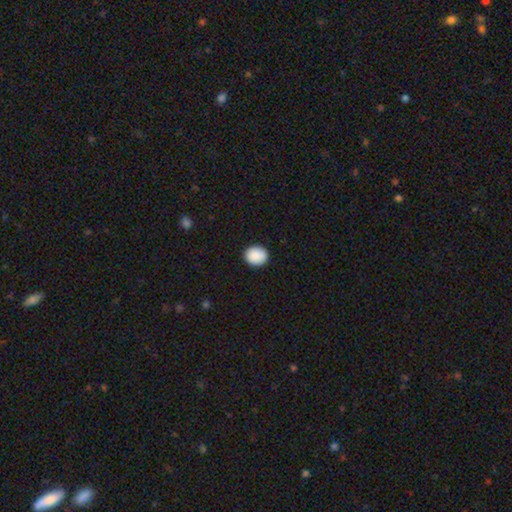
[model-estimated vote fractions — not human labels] Smooth or featured?
  - smooth: 90% *
  - star or artifact: 7%
  - featured or disk: 3%
How rounded?
  - round: 64% *
  - in between: 35%
  - cigar-shaped: 1%
Merging?
  - none: 90% *
  - minor disturbance: 7%
  - major disturbance: 2%
  - merger: 1%